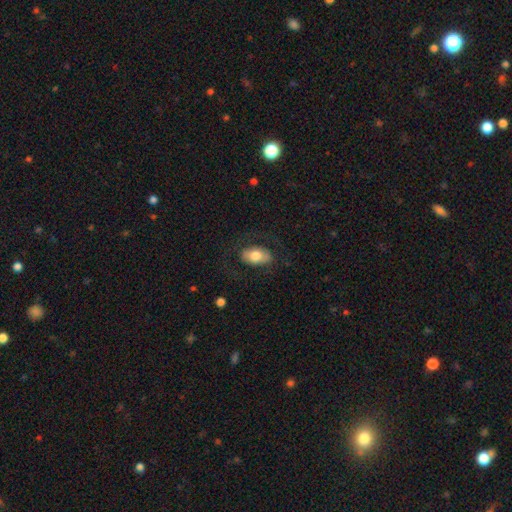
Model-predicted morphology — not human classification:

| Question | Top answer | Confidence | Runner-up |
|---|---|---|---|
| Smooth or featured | smooth | 69% | featured or disk (25%) |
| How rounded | in between | 92% | round (7%) |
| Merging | none | 75% | minor disturbance (14%) |